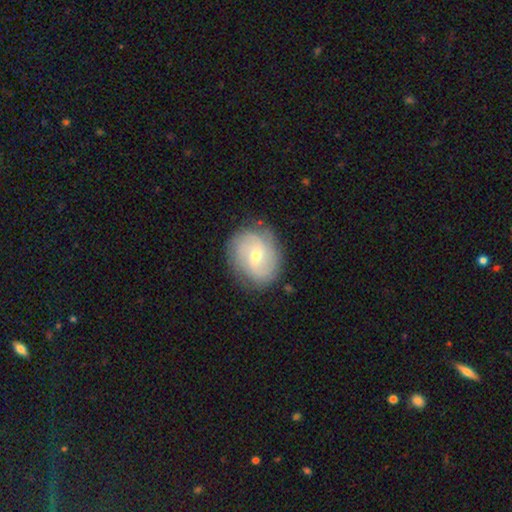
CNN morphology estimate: featured or disk 66%, smooth 27%, star or artifact 7%. Down the decision tree: edge-on disk — no (97%); bar — no (45%); spiral arms — yes (84%); spiral arm count — 2 (48%); spiral winding — tight (42%); bulge size — small (54%); merging — none (79%).